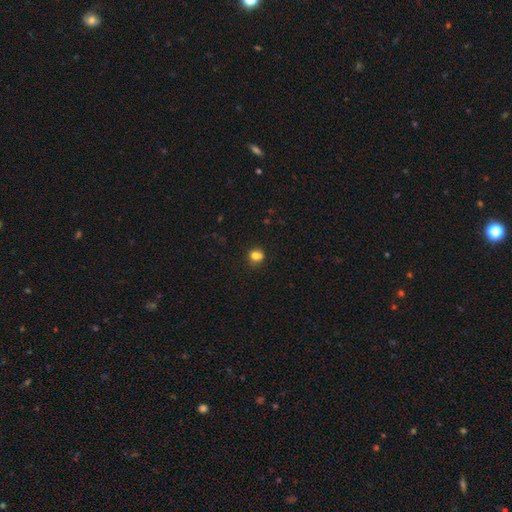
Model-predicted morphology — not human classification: Smooth or featured: smooth — 77% (star or artifact — 13%)
How rounded: round — 74% (in between — 25%)
Merging: none — 61% (minor disturbance — 18%)